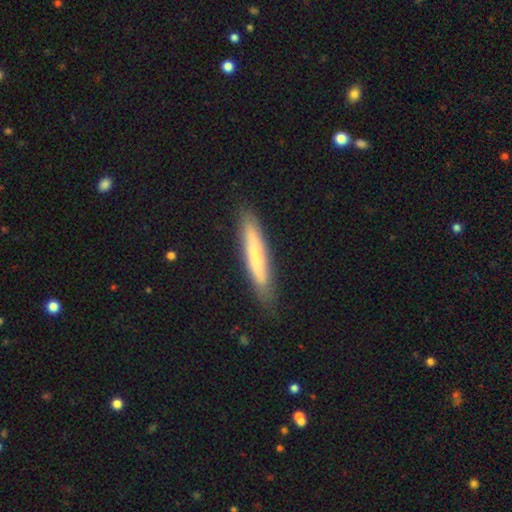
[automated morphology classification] Smooth or featured? smooth (62%)
How rounded? cigar-shaped (91%)
Merging? none (84%)